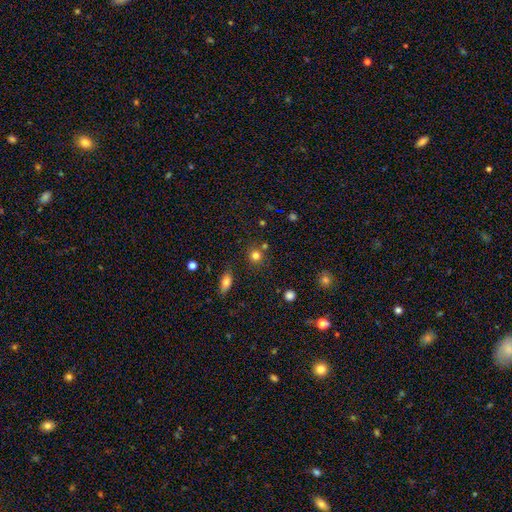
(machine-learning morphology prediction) type=smooth (79%); roundness=round (86%); merging=none (76%).